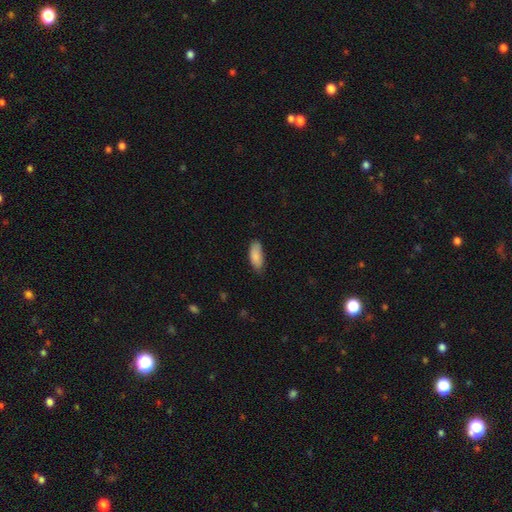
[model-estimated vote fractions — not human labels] smooth 87%, featured or disk 7%, star or artifact 6%. Down the decision tree: how rounded — in between (82%); merging — none (70%).